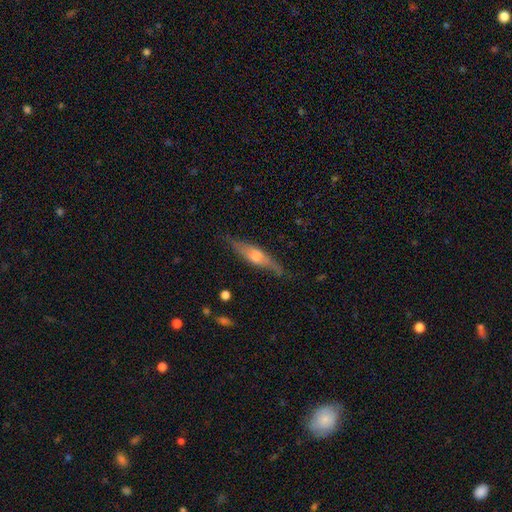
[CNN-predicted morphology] type=featured or disk (66%); edge-on=yes (90%); edge-on bulge=rounded (86%); merging=none (79%).